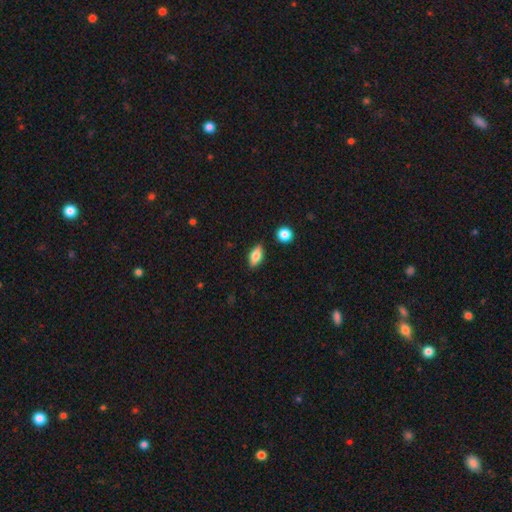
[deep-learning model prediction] The model was most divided on "smooth or featured": smooth: 72%, featured or disk: 20%, star or artifact: 8%. More confident: merging — none (86%); how rounded — in between (80%).